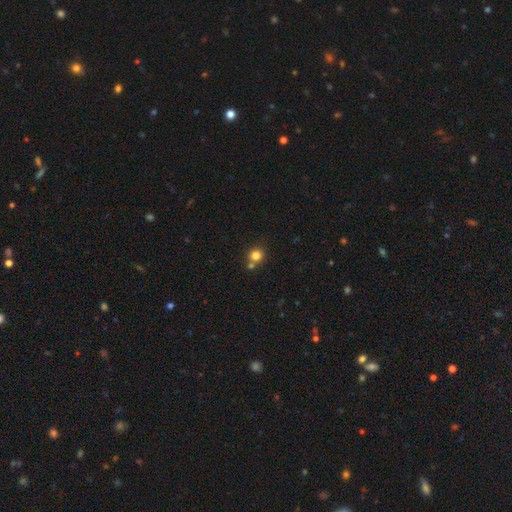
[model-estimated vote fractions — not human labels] Smooth or featured?
  - smooth: 81% *
  - star or artifact: 12%
  - featured or disk: 7%
How rounded?
  - round: 89% *
  - in between: 10%
  - cigar-shaped: 1%
Merging?
  - none: 65% *
  - merger: 24%
  - minor disturbance: 9%
  - major disturbance: 3%